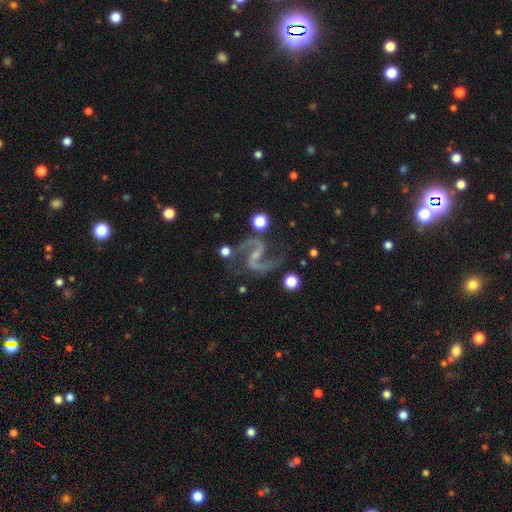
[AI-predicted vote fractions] smooth_or_featured: featured or disk (p=0.93) [alt: star or artifact p=0.05]
disk_edge_on: no (p=0.98) [alt: yes p=0.02]
bar: weak (p=0.43) [alt: strong p=0.29]
has_spiral_arms: yes (p=0.98) [alt: no p=0.02]
spiral_winding: medium (p=0.50) [alt: loose p=0.42]
spiral_arm_count: 2 (p=0.94) [alt: 1 p=0.01]
bulge_size: small (p=0.69) [alt: moderate p=0.16]
merging: none (p=0.73) [alt: minor disturbance p=0.15]